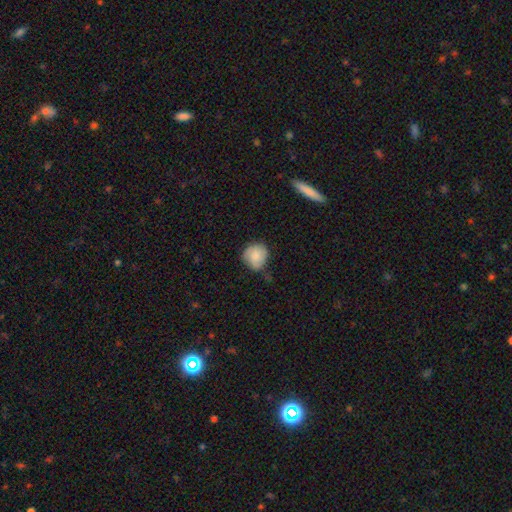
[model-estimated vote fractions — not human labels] A smooth galaxy with no disk features (76%) that is round (81%).

Vote fractions:
- Smooth or featured? smooth: 76% / featured or disk: 17% / star or artifact: 7%
- How rounded? round: 81% / in between: 18% / cigar-shaped: 1%
- Merging? none: 60% / minor disturbance: 31% / major disturbance: 7% / merger: 3%